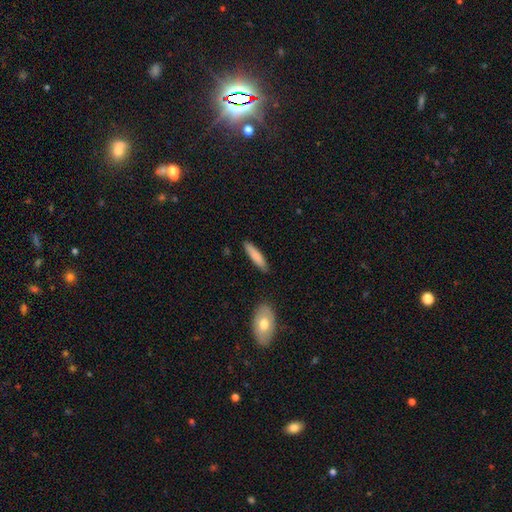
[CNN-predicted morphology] Smooth or featured? smooth (80%)
How rounded? cigar-shaped (82%)
Merging? none (86%)